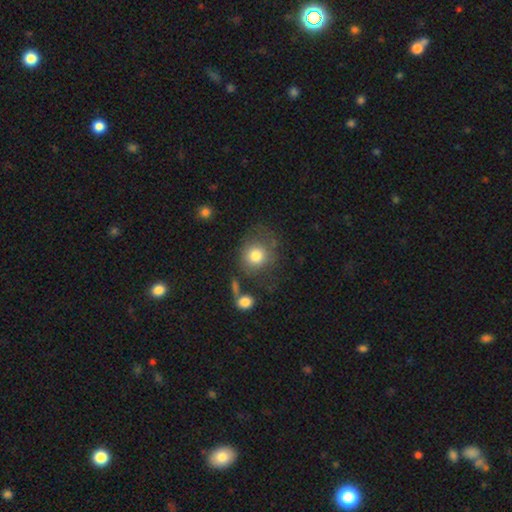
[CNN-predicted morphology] This is likely a smooth galaxy (79%). How rounded: clearly round (84%). Merging: likely none (61%).